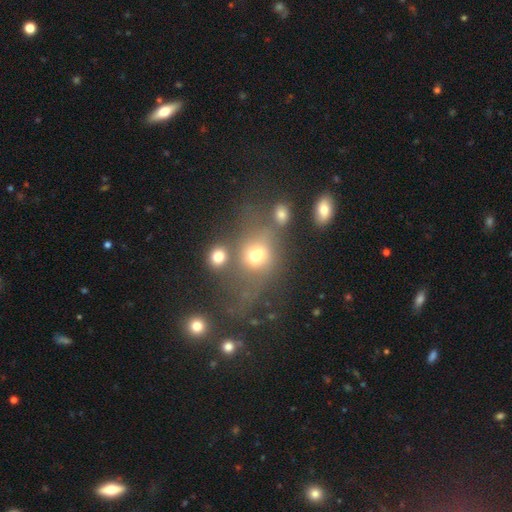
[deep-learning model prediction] The model was most divided on "merging": none: 36%, merger: 32%, major disturbance: 17%, minor disturbance: 15%. More confident: smooth or featured — smooth (63%); how rounded — round (59%).